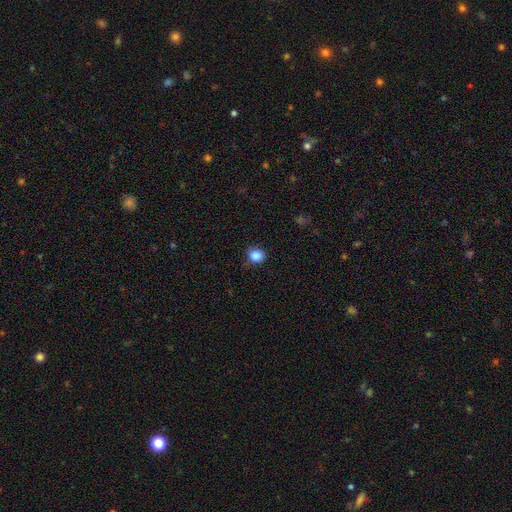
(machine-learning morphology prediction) Overall: smooth (86%). How rounded: round (65%; in between 34%). Merging: none (80%).